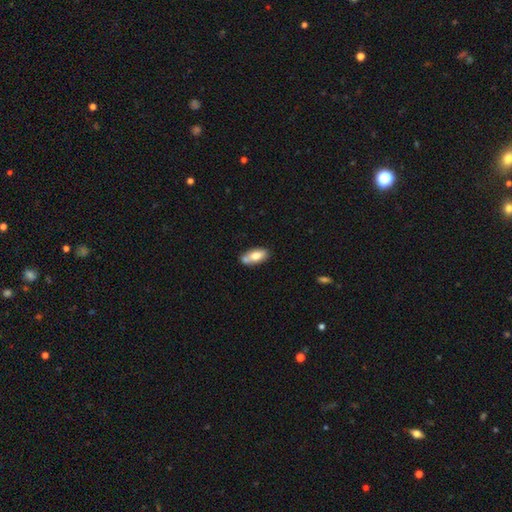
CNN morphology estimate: The model was most divided on "merging": none: 50%, merger: 29%, minor disturbance: 17%, major disturbance: 4%. More confident: how rounded — in between (88%); smooth or featured — smooth (73%).